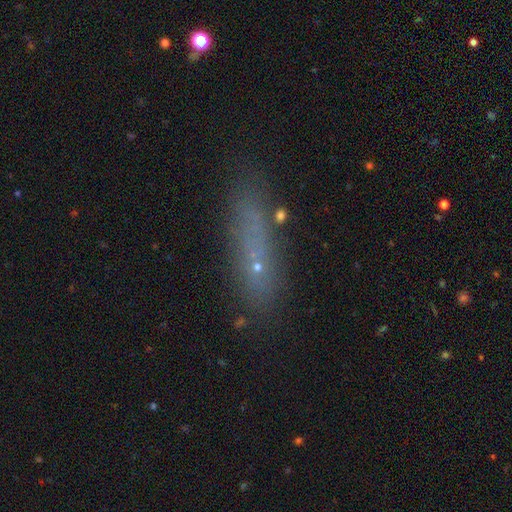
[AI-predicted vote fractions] Smooth or featured? Predicted: smooth (p=0.56). How rounded? Predicted: cigar-shaped (p=0.70). Merging? Predicted: none (p=0.70).